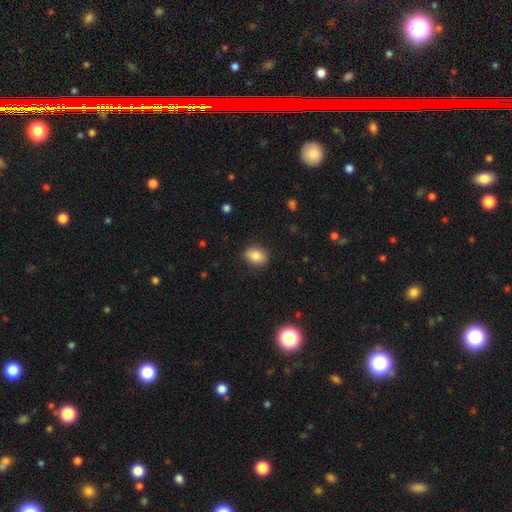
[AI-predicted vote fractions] The model was most divided on "how rounded": in between: 61%, round: 38%, cigar-shaped: 1%. More confident: merging — none (86%); smooth or featured — smooth (82%).